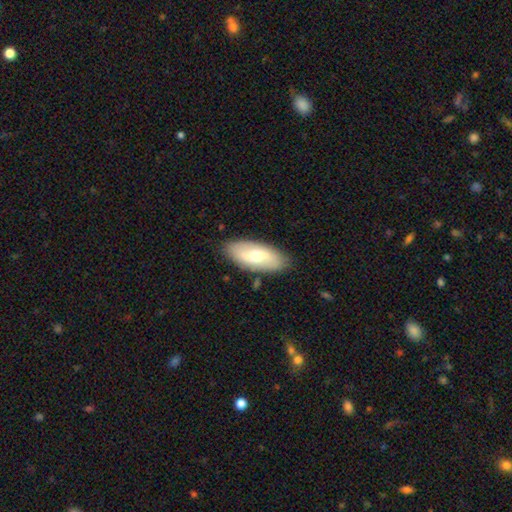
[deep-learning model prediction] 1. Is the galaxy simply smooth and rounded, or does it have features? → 55% smooth, 40% featured or disk, 5% star or artifact.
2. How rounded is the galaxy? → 87% in between, 10% cigar-shaped, 3% round.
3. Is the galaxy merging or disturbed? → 86% none, 10% minor disturbance, 2% major disturbance, 2% merger.